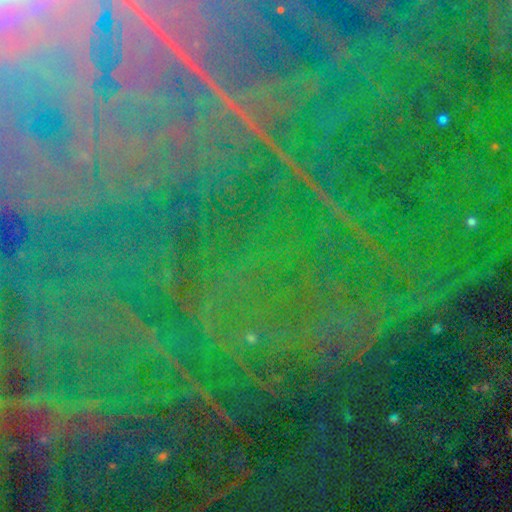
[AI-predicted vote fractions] This is clearly a star or artifact rather than a galaxy (87%).